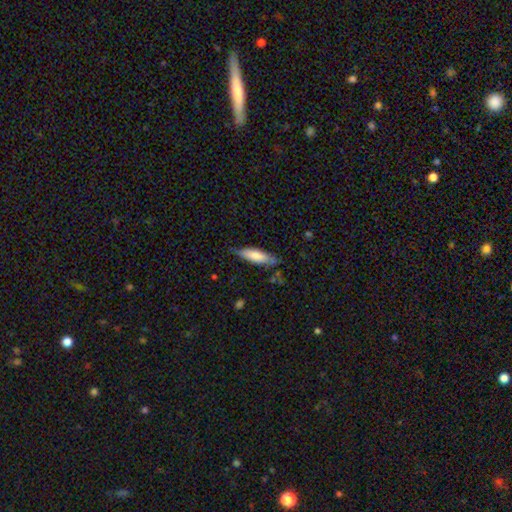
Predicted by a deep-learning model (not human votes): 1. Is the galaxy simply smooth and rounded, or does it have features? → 76% smooth, 19% featured or disk, 5% star or artifact.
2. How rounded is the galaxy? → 55% cigar-shaped, 43% in between, 1% round.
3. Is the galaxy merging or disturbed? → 73% none, 21% minor disturbance, 4% major disturbance, 2% merger.